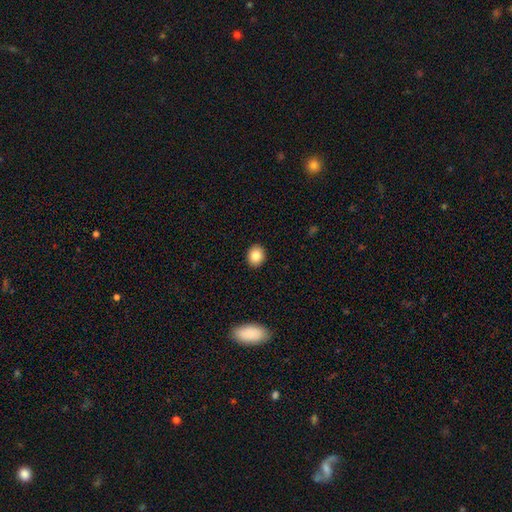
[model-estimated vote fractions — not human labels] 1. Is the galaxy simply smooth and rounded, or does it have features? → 83% smooth, 9% star or artifact, 8% featured or disk.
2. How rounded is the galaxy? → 65% round, 34% in between, 1% cigar-shaped.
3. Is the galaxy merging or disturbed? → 91% none, 6% minor disturbance, 2% major disturbance, 1% merger.